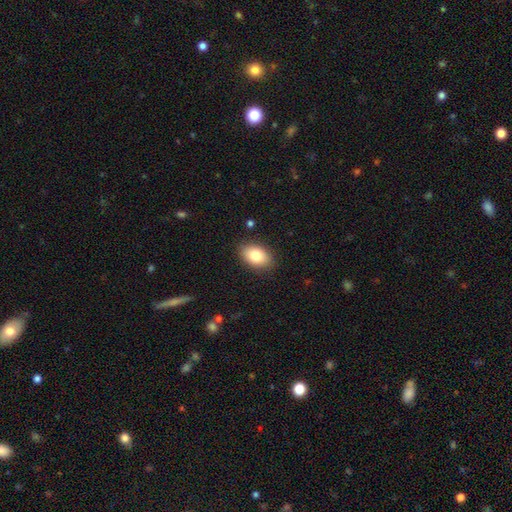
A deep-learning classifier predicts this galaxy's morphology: This is clearly a smooth galaxy (84%). How rounded: clearly in between (89%). Merging: clearly none (86%).